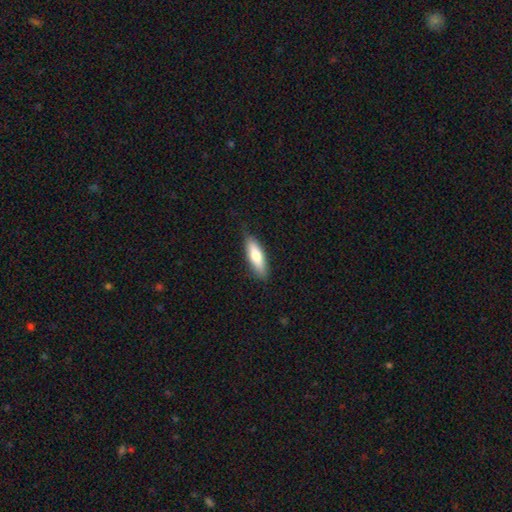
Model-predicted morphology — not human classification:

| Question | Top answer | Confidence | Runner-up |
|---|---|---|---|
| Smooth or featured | smooth | 72% | featured or disk (23%) |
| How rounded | cigar-shaped | 52% | in between (47%) |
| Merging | none | 82% | minor disturbance (15%) |